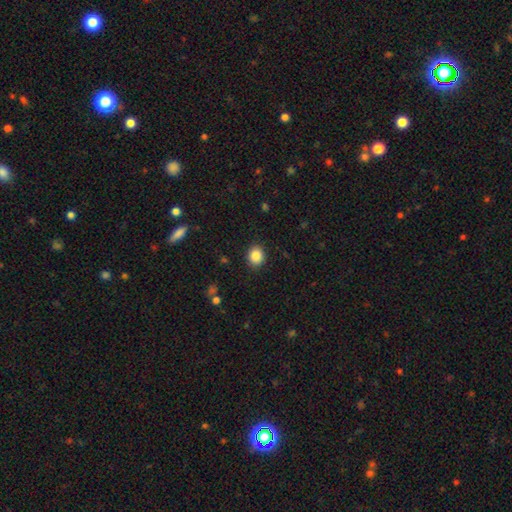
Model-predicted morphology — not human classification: smooth 86%, star or artifact 10%, featured or disk 4%. Down the decision tree: how rounded — round (72%); merging — none (89%).